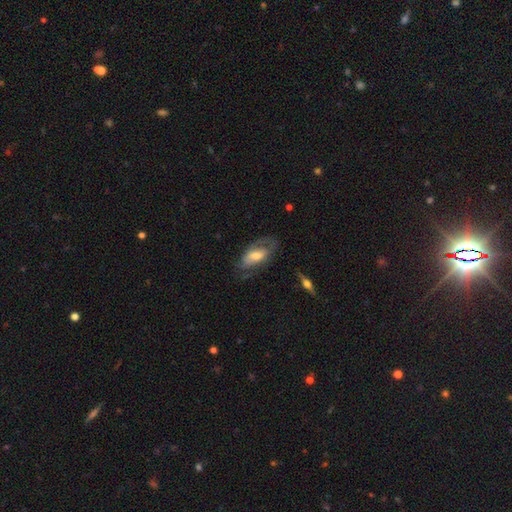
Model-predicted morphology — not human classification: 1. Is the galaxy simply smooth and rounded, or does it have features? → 55% featured or disk, 39% smooth, 6% star or artifact.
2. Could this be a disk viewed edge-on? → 87% no, 13% yes.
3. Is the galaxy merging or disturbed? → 53% none, 24% minor disturbance, 21% major disturbance, 2% merger.